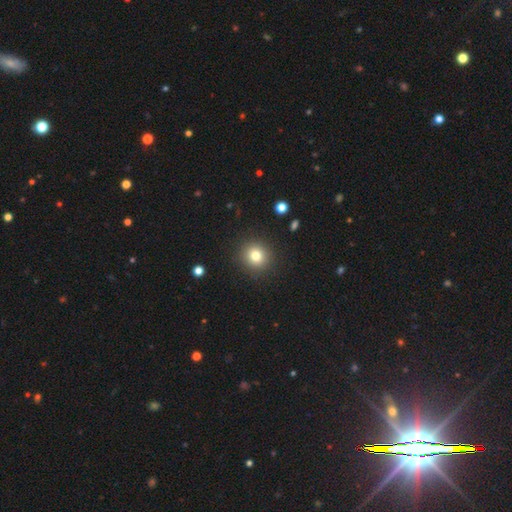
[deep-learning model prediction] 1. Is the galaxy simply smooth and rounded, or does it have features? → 80% smooth, 12% star or artifact, 8% featured or disk.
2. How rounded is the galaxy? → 88% round, 11% in between, 1% cigar-shaped.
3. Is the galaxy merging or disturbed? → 90% none, 6% minor disturbance, 2% major disturbance, 1% merger.